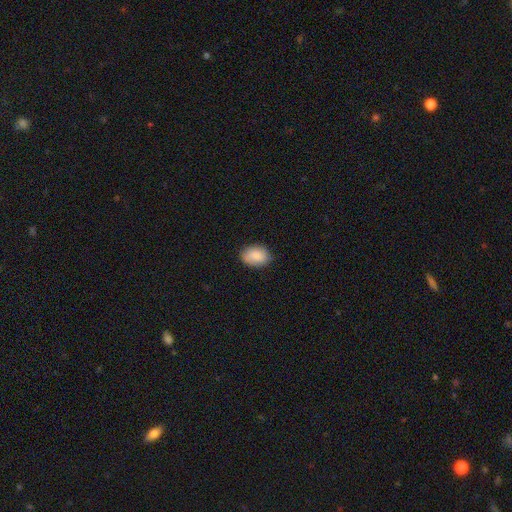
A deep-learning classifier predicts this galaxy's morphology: This is clearly a smooth galaxy (85%). How rounded: likely in between (79%). Merging: clearly none (84%).